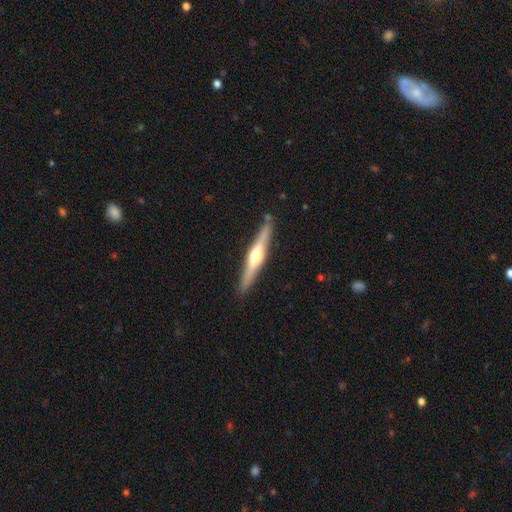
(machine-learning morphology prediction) smooth-or-featured: featured or disk: 70% | smooth: 25% | star or artifact: 5%
  disk-edge-on: yes: 97% | no: 3%
    edge-on-bulge: rounded: 89% | boxy: 6% | none: 5%
  merging: none: 87% | minor disturbance: 9% | merger: 2% | major disturbance: 2%